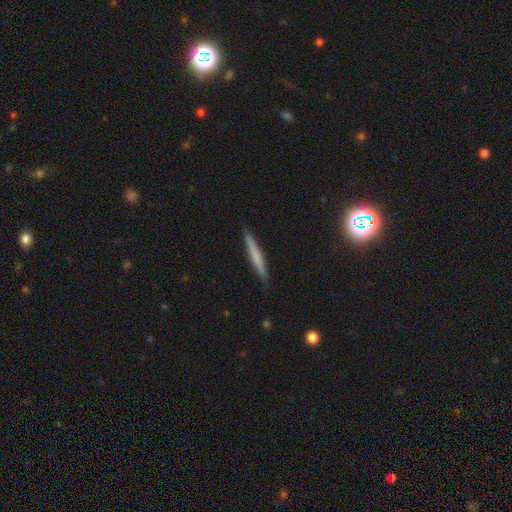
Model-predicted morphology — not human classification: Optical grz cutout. It shows a smooth galaxy with no disk features (62%) that is cigar-shaped (96%). Merging: none (91%).